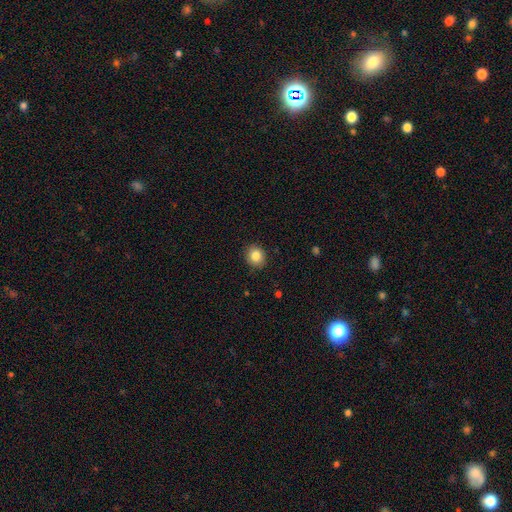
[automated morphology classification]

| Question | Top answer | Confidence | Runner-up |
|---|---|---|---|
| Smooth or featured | smooth | 84% | star or artifact (9%) |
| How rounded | round | 75% | in between (25%) |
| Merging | none | 89% | minor disturbance (8%) |